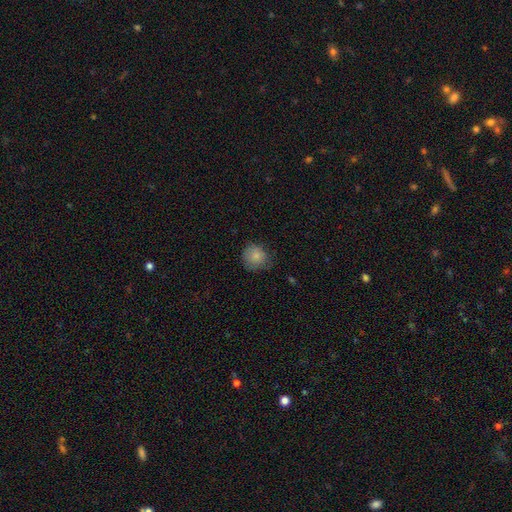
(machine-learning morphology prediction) Smooth or featured?
  - smooth: 83% *
  - star or artifact: 9%
  - featured or disk: 8%
How rounded?
  - round: 86% *
  - in between: 13%
  - cigar-shaped: 1%
Merging?
  - none: 69% *
  - minor disturbance: 24%
  - major disturbance: 6%
  - merger: 1%